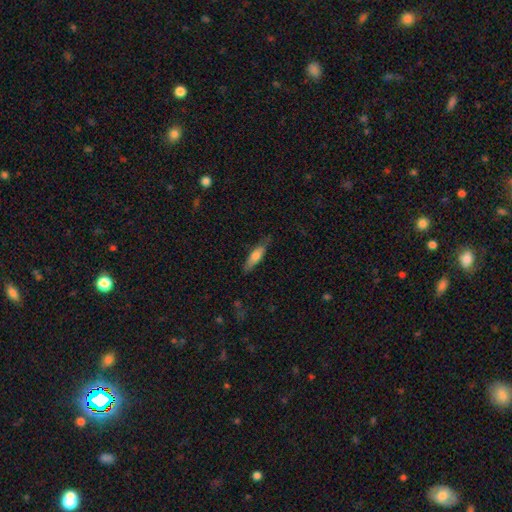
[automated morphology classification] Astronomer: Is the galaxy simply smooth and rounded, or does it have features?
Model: smooth — 66%.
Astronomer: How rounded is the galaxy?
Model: cigar-shaped — 63%.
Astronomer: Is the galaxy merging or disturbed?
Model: none — 76%.